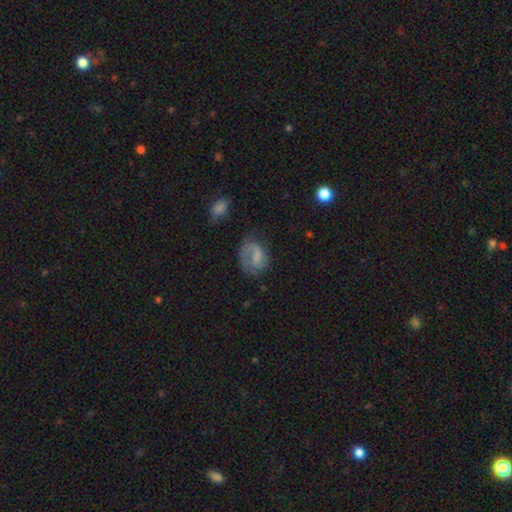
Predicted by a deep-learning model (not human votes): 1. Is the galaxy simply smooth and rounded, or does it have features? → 50% featured or disk, 41% smooth, 10% star or artifact.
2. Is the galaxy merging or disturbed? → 50% none, 24% major disturbance, 23% minor disturbance, 3% merger.